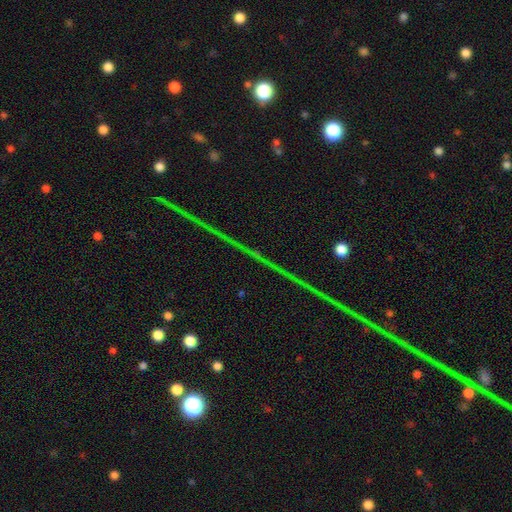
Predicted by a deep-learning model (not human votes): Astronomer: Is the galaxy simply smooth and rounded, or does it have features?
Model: star or artifact — 84%.